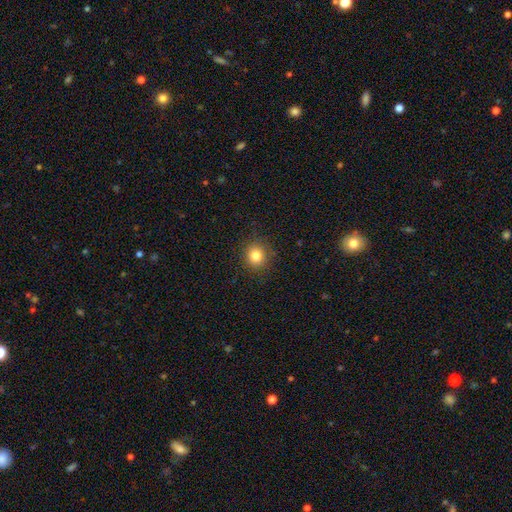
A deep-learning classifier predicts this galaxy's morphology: Q: Smooth or featured?
A: smooth (83%); runner-up: star or artifact (12%)
Q: How rounded?
A: round (88%); runner-up: in between (11%)
Q: Merging?
A: none (89%); runner-up: minor disturbance (8%)